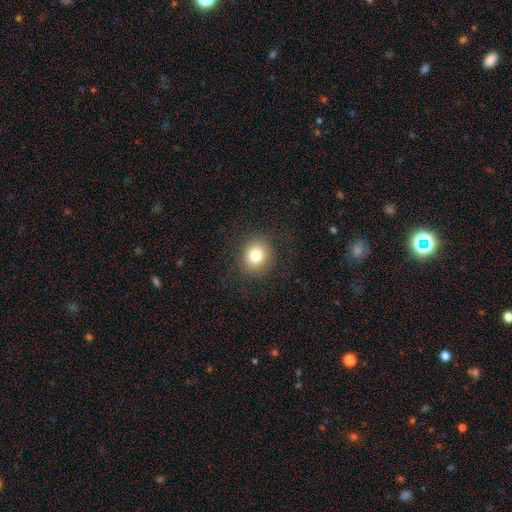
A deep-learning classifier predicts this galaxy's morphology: type=smooth (79%); roundness=round (78%); merging=none (87%).